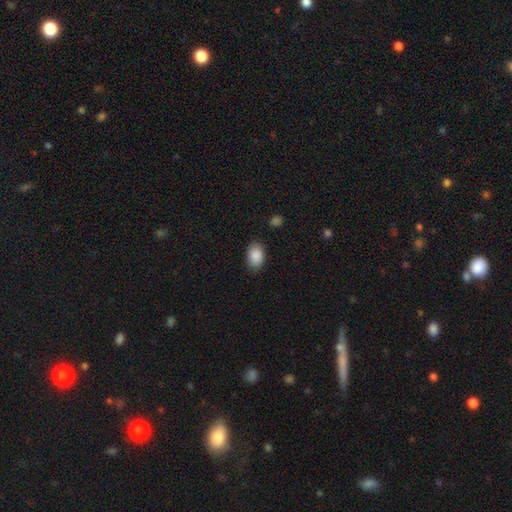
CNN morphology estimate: The model was most divided on "merging": none: 84%, minor disturbance: 11%, major disturbance: 3%, merger: 1%. More confident: smooth or featured — smooth (89%); how rounded — in between (89%).